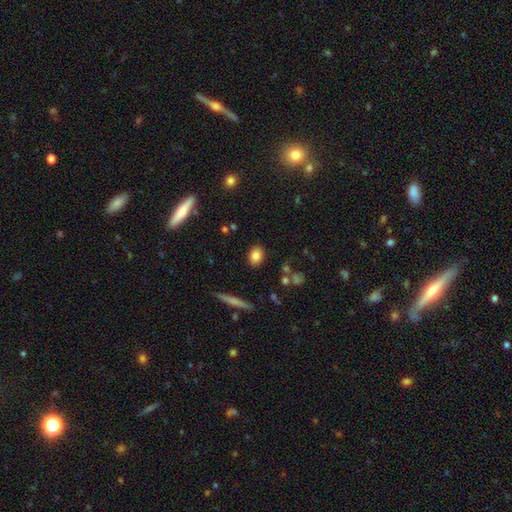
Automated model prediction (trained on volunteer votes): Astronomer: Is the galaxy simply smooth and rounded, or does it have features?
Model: smooth — 82%.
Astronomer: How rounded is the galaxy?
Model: in between — 58% (runner-up: round, 39%).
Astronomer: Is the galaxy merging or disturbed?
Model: none — 87%.